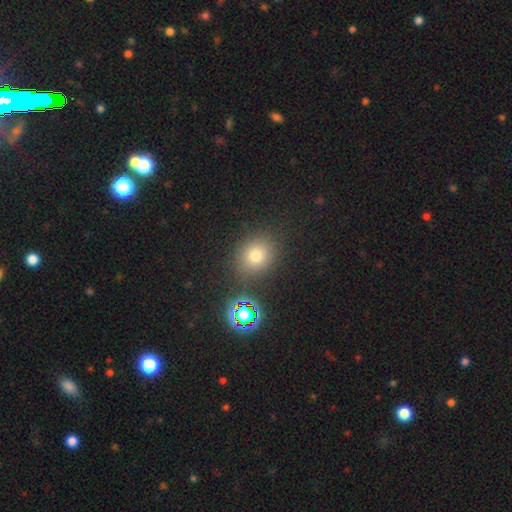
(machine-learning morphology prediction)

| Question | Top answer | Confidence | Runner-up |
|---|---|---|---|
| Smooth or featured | smooth | 70% | star or artifact (21%) |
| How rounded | round | 69% | in between (30%) |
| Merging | none | 82% | minor disturbance (10%) |